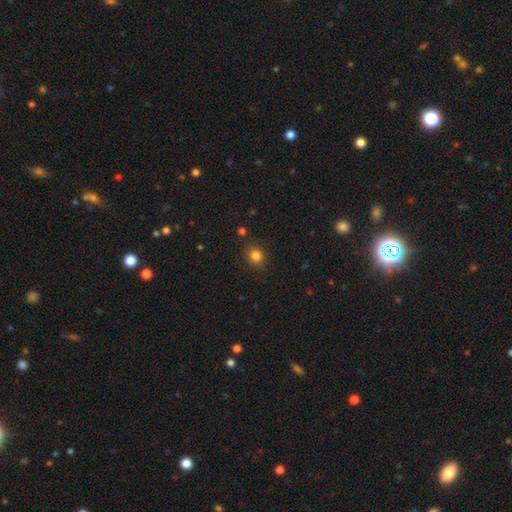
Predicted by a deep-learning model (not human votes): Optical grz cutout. It shows a smooth galaxy with no disk features (82%) that is round (71%). Merging: none (86%).